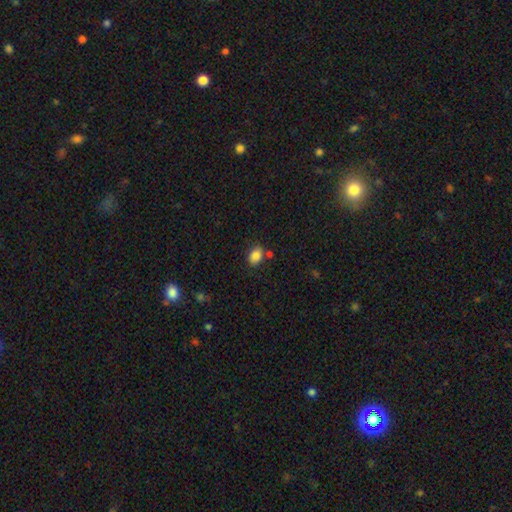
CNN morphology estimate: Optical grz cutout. It shows a smooth galaxy with no disk features (85%) that is in between round and cigar-shaped (77%). Merging: none (72%).